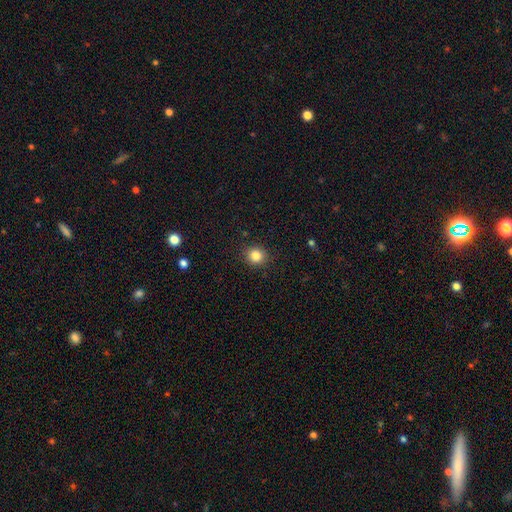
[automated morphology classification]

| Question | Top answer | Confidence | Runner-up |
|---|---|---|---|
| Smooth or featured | smooth | 84% | star or artifact (11%) |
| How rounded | round | 86% | in between (13%) |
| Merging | none | 90% | minor disturbance (7%) |